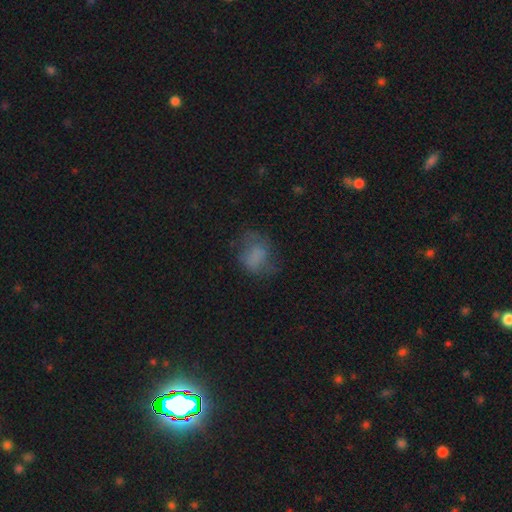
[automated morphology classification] This appears to be a smooth galaxy with no disk features (61%) that is in between round and cigar-shaped (58%). Merging: none (47%).